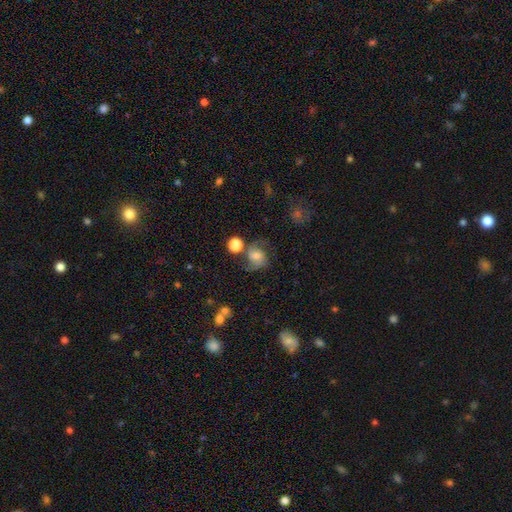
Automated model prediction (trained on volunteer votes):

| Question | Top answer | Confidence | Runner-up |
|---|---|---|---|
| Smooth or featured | featured or disk | 61% | smooth (23%) |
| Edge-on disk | no | 97% | yes (3%) |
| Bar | no | 55% | weak (36%) |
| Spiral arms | yes | 92% | no (8%) |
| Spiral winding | medium | 53% | loose (25%) |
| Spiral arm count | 2 | 84% | can't tell (7%) |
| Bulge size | moderate | 51% | small (30%) |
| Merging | none | 64% | minor disturbance (18%) |